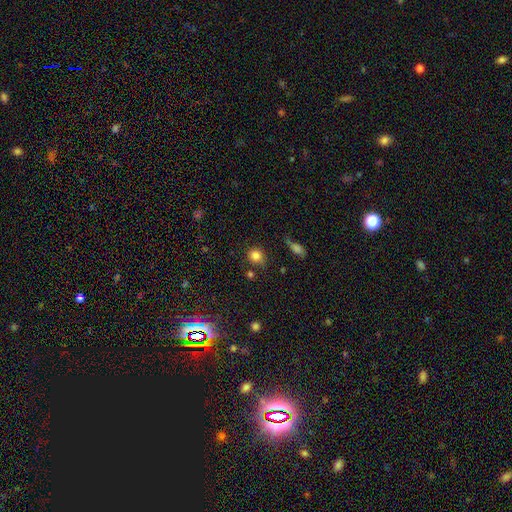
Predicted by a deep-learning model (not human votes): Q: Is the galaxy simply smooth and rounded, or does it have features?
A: smooth — 82%.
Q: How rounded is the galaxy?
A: round — 83%.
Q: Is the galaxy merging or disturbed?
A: none — 69%.